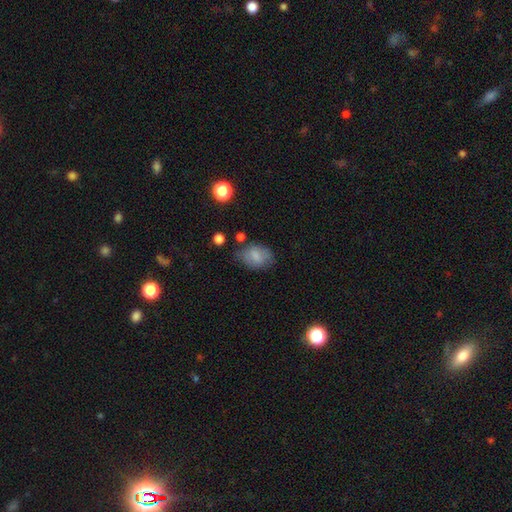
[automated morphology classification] A smooth galaxy with no disk features (75%) that is in between round and cigar-shaped (72%). Merging: none (63%).